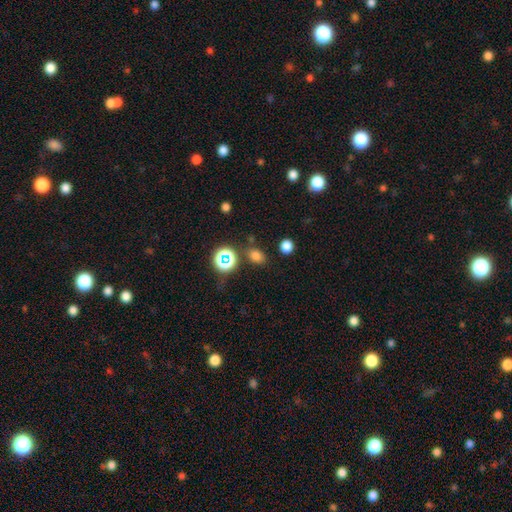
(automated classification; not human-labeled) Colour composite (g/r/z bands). It shows a smooth galaxy with no disk features (73%) that is in between round and cigar-shaped (65%). Merging: none (80%).